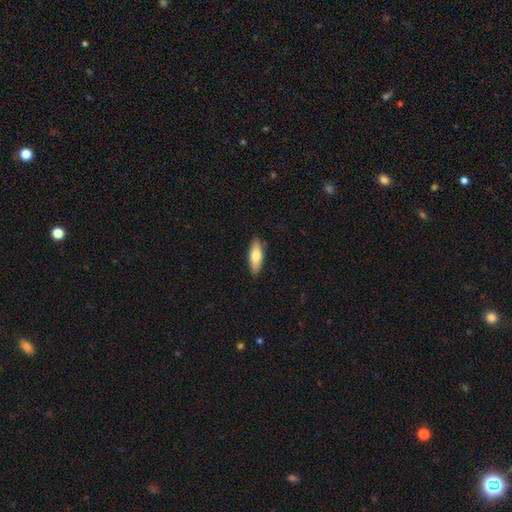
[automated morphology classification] Smooth or featured? smooth (73%)
How rounded? in between (56%)
Merging? none (87%)